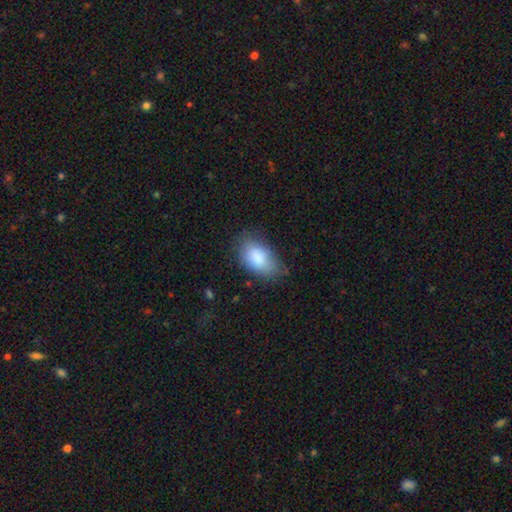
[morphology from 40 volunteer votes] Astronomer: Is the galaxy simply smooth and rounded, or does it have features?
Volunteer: smooth — 98%.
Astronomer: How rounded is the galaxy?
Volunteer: in between — 92%.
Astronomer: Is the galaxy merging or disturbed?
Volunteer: none — 56%.